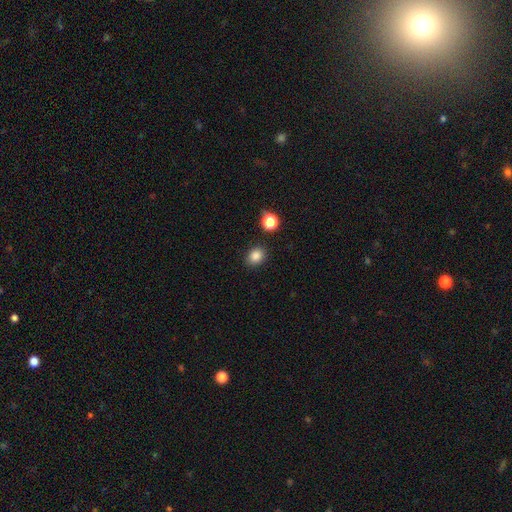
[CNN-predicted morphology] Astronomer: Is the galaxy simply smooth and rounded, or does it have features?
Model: smooth — 85%.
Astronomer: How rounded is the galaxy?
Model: in between — 50% (runner-up: round, 49%).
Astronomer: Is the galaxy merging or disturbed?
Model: none — 86%.